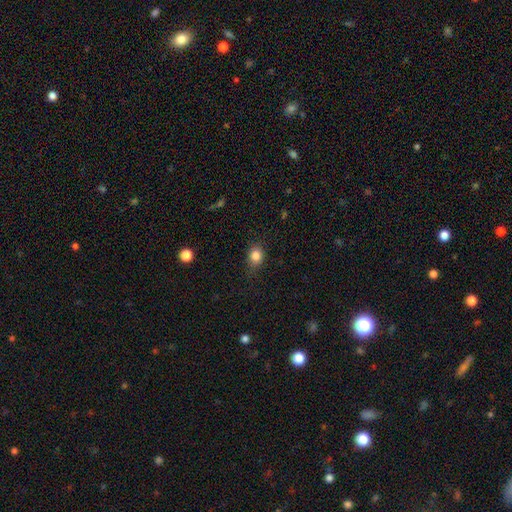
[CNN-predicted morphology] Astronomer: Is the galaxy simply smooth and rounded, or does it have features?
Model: smooth — 83%.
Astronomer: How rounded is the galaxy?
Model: round — 53% (runner-up: in between, 45%).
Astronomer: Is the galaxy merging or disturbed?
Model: none — 77%.